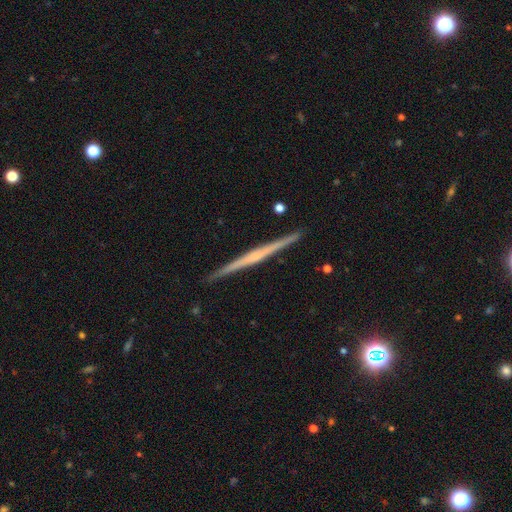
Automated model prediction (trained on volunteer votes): Smooth or featured? Predicted: featured or disk (p=0.78). Edge-on disk? Predicted: yes (p=0.98). Edge-on bulge? Predicted: none (p=0.45). Merging? Predicted: none (p=0.92).